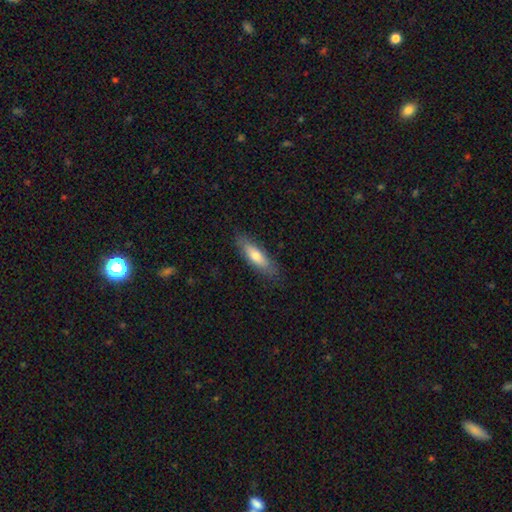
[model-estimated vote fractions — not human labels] Smooth or featured?
  - smooth: 68% *
  - featured or disk: 26%
  - star or artifact: 6%
How rounded?
  - cigar-shaped: 56% *
  - in between: 42%
  - round: 2%
Merging?
  - none: 83% *
  - minor disturbance: 13%
  - major disturbance: 3%
  - merger: 1%